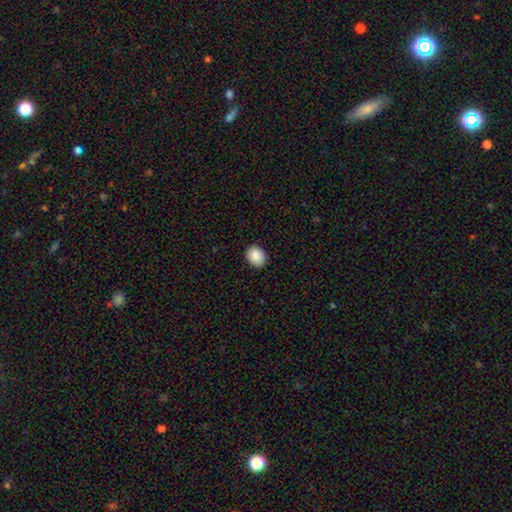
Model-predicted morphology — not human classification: Smooth or featured? Predicted: smooth (p=0.89). How rounded? Predicted: round (p=0.53). Merging? Predicted: none (p=0.88).